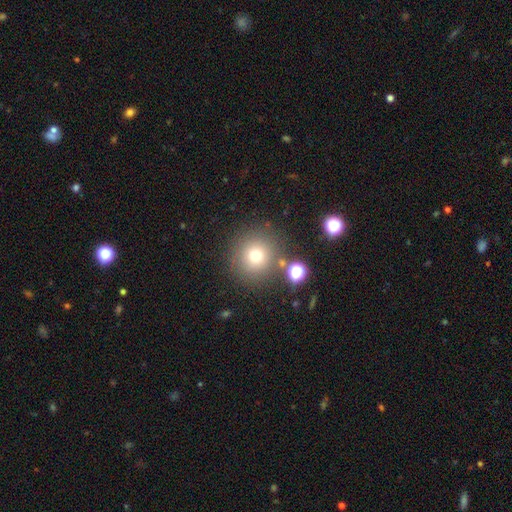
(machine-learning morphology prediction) smooth-or-featured: smooth: 73% | star or artifact: 16% | featured or disk: 11%
  how-rounded: round: 94% | in between: 5% | cigar-shaped: 1%
  merging: none: 82% | minor disturbance: 8% | merger: 6% | major disturbance: 4%